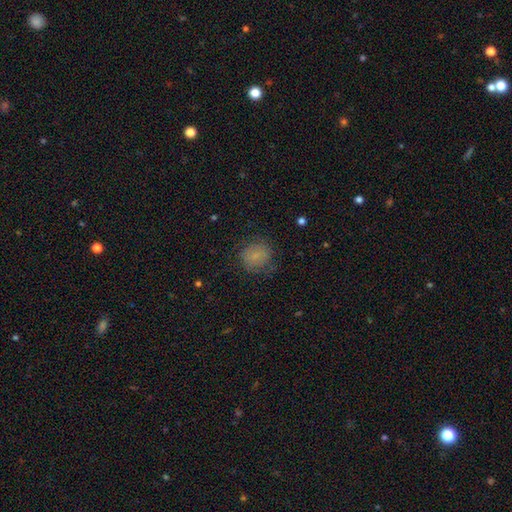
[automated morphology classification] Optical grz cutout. It shows a smooth galaxy with no disk features (75%) that is round (80%). Merging: none (73%).